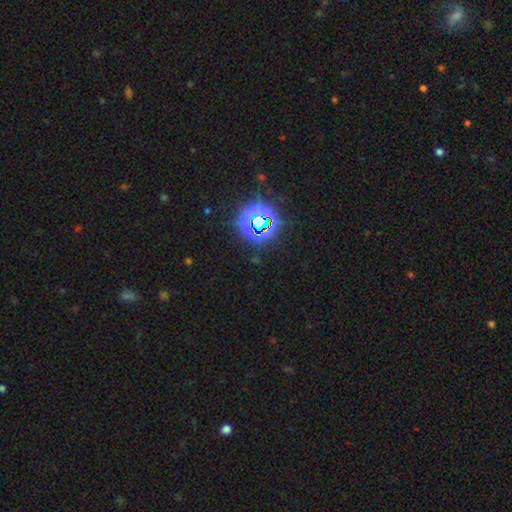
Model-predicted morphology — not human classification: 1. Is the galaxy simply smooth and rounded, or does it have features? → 76% star or artifact, 16% smooth, 8% featured or disk.